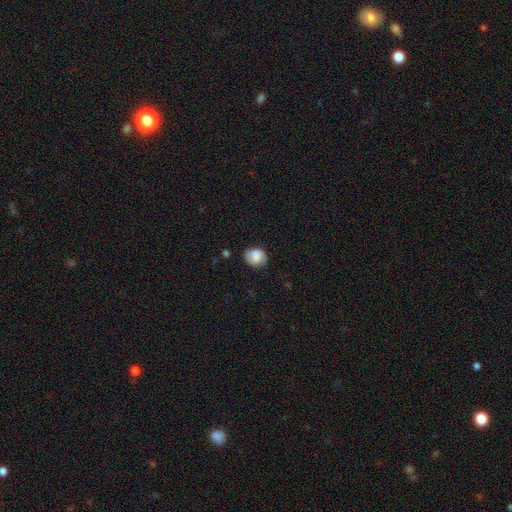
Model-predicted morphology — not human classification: smooth_or_featured: smooth (p=0.69) [alt: featured or disk p=0.23]
how_rounded: round (p=0.66) [alt: in between p=0.33]
merging: none (p=0.74) [alt: minor disturbance p=0.19]